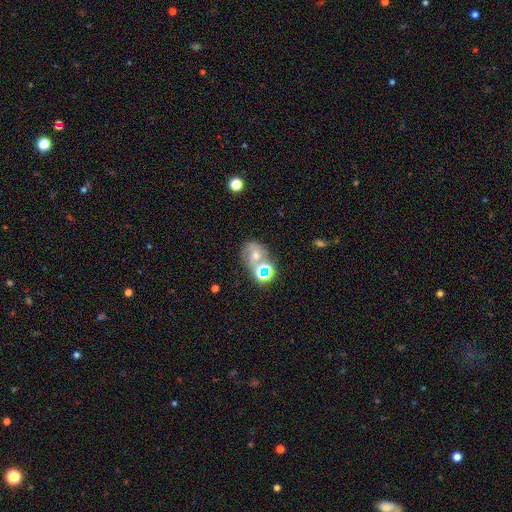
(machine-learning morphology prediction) Smooth or featured?
  - featured or disk: 42% *
  - smooth: 29%
  - star or artifact: 29%
Merging?
  - none: 52% *
  - merger: 24%
  - minor disturbance: 15%
  - major disturbance: 10%